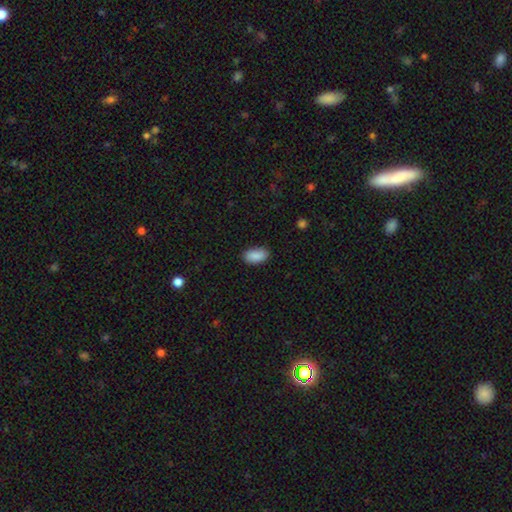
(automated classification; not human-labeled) Overall: smooth (89%). How rounded: in between (93%). Merging: none (85%).